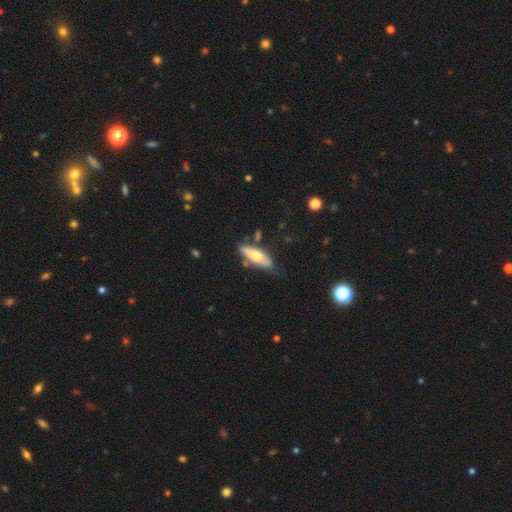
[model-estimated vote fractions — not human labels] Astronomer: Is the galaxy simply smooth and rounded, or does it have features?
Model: smooth — 59% (runner-up: featured or disk, 36%).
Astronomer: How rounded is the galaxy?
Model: in between — 57% (runner-up: cigar-shaped, 41%).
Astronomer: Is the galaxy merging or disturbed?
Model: none — 68%.